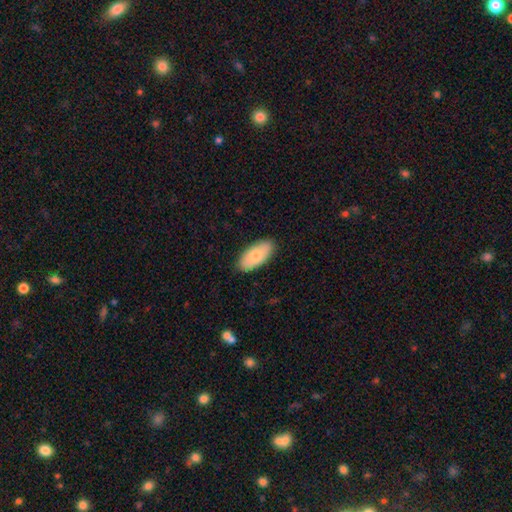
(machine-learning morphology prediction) Smooth or featured? smooth (72%)
How rounded? in between (92%)
Merging? none (86%)